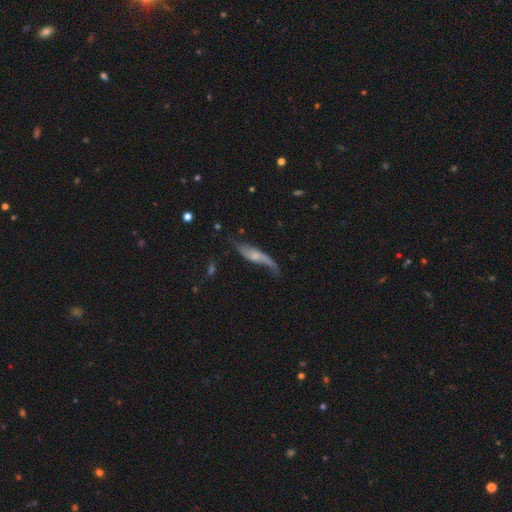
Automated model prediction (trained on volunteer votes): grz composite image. It shows a featured or disk galaxy (63%). Merging: none (40%).